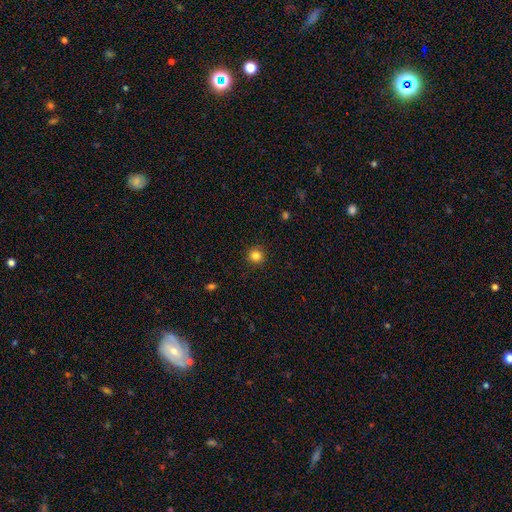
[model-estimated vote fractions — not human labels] A smooth galaxy with no disk features (83%) that is round (94%).

Vote fractions:
- Smooth or featured? smooth: 83% / star or artifact: 12% / featured or disk: 5%
- How rounded? round: 94% / in between: 5% / cigar-shaped: 1%
- Merging? none: 92% / minor disturbance: 5% / major disturbance: 2% / merger: 1%